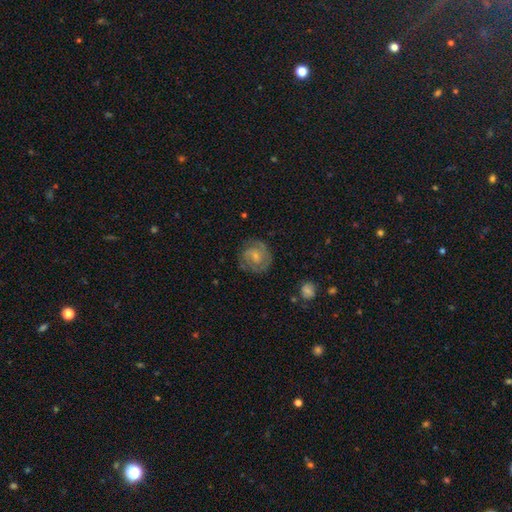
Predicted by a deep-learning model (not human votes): A featured or disk galaxy (66%) with no bar (49%), 2 (59%) tight (50%) spiral arms (89%) and a small central bulge (61%). Merging: none (75%).